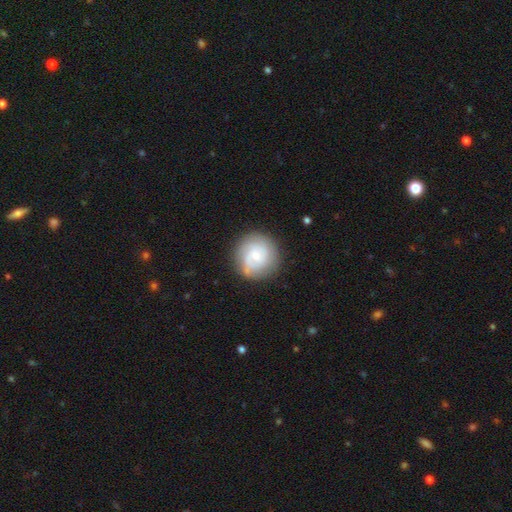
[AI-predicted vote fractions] Smooth or featured? featured or disk (57%)
Edge-on disk? no (98%)
Bar? no (65%)
Spiral arms? yes (85%)
Bulge size? small (67%)
Merging? none (81%)